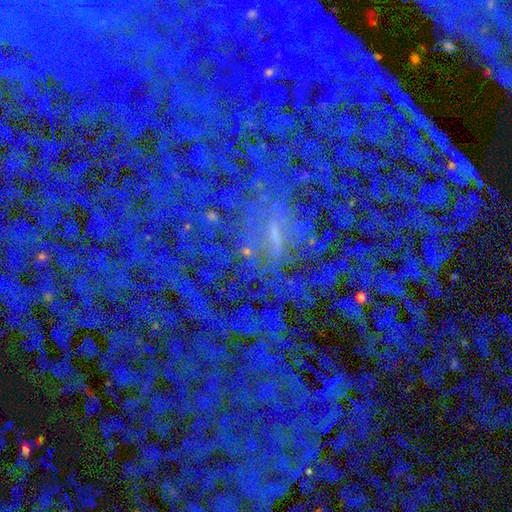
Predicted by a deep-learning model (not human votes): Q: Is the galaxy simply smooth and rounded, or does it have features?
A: star or artifact — 67%.